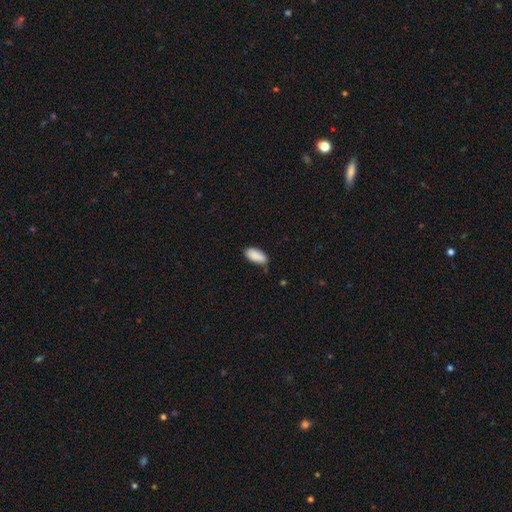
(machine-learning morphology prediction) Smooth or featured?
  - smooth: 89% *
  - star or artifact: 7%
  - featured or disk: 4%
How rounded?
  - in between: 87% *
  - cigar-shaped: 11%
  - round: 2%
Merging?
  - none: 71% *
  - minor disturbance: 23%
  - major disturbance: 3%
  - merger: 2%